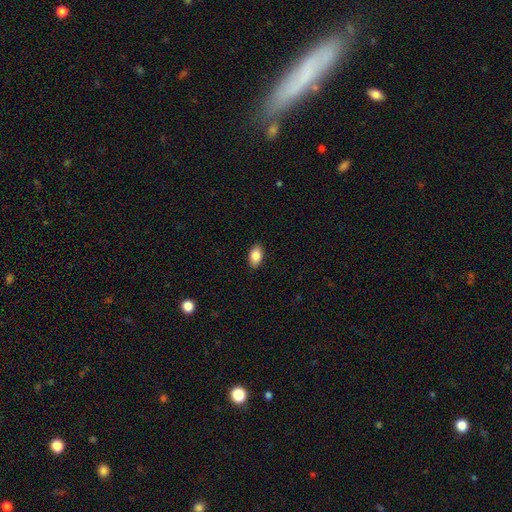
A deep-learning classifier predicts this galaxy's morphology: The model was most divided on "smooth or featured": smooth: 86%, star or artifact: 7%, featured or disk: 6%. More confident: how rounded — in between (91%); merging — none (89%).